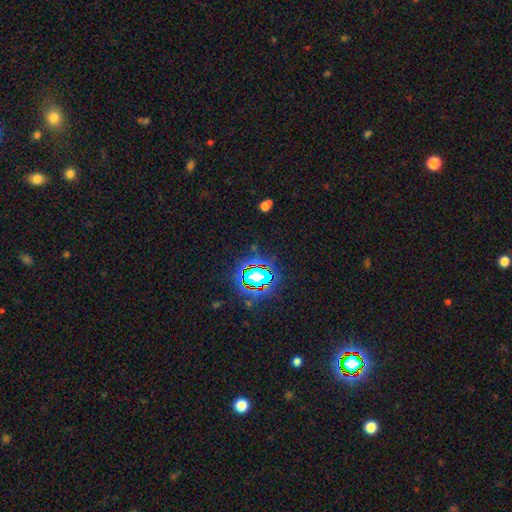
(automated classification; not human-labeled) star or artifact 81%, smooth 12%, featured or disk 8%.